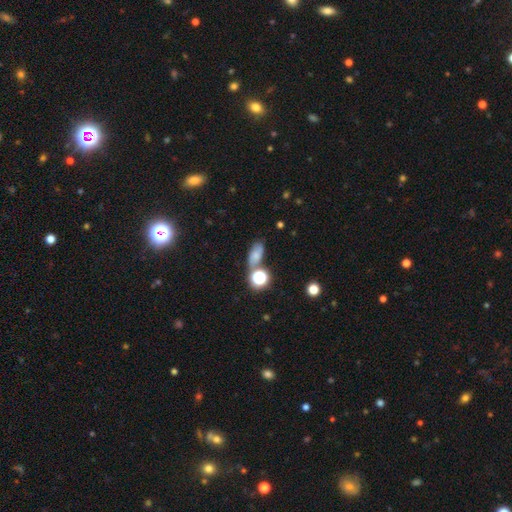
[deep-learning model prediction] Q: Smooth or featured?
A: smooth (62%); runner-up: star or artifact (21%)
Q: How rounded?
A: in between (71%); runner-up: round (20%)
Q: Merging?
A: none (55%); runner-up: merger (19%)